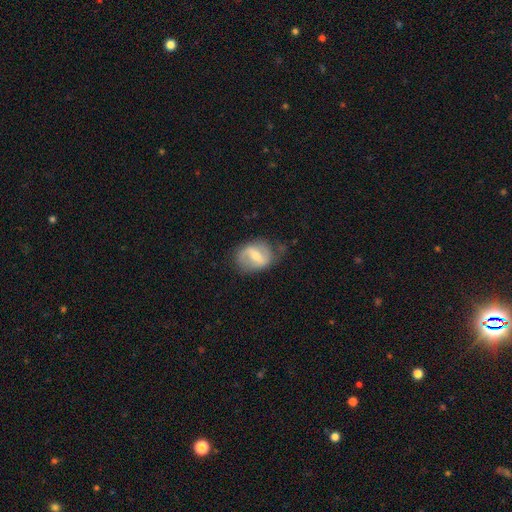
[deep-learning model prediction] smooth_or_featured: featured or disk (p=0.65) [alt: smooth p=0.28]
disk_edge_on: no (p=0.96) [alt: yes p=0.04]
bar: strong (p=0.47) [alt: weak p=0.41]
has_spiral_arms: yes (p=0.74) [alt: no p=0.26]
bulge_size: moderate (p=0.49) [alt: small p=0.42]
merging: none (p=0.62) [alt: minor disturbance p=0.25]